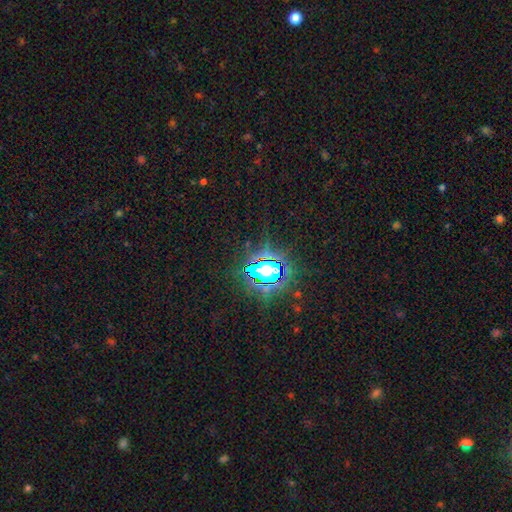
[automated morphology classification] Smooth or featured: star or artifact — 83% (smooth — 11%)